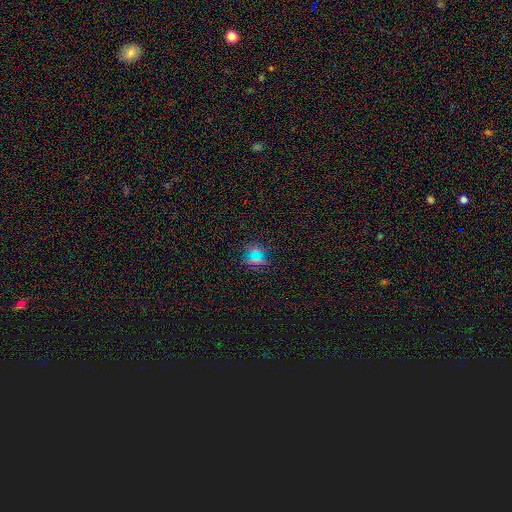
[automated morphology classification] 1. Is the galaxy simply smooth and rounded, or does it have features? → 51% smooth, 40% star or artifact, 9% featured or disk.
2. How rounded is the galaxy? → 76% round, 19% in between, 4% cigar-shaped.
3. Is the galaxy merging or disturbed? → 81% none, 10% minor disturbance, 5% major disturbance, 4% merger.